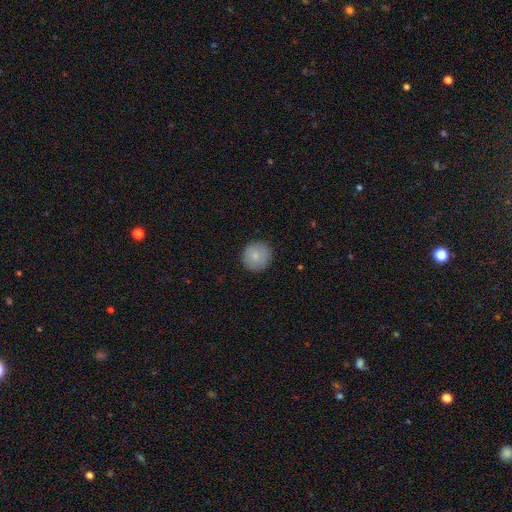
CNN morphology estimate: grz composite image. It shows a smooth galaxy with no disk features (83%) that is round (94%). Merging: none (89%).